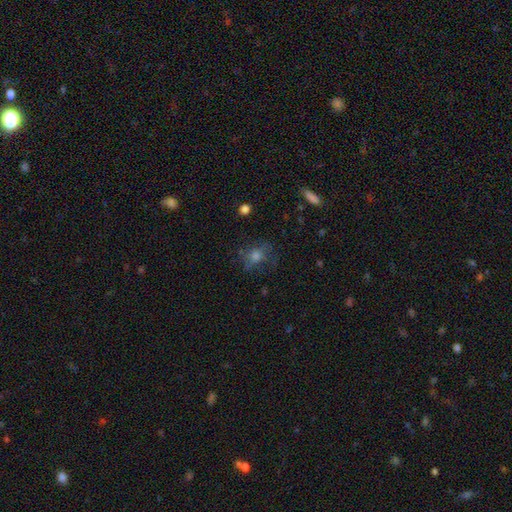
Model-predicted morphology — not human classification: Smooth or featured? Predicted: smooth (p=0.49). Merging? Predicted: none (p=0.68).